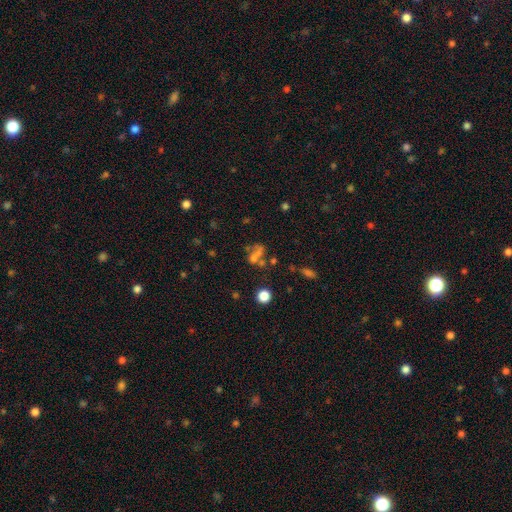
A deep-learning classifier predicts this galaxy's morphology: Smooth or featured?
  - smooth: 50% *
  - featured or disk: 26%
  - star or artifact: 24%
How rounded?
  - in between: 56% *
  - round: 38%
  - cigar-shaped: 6%
Merging?
  - merger: 39% *
  - none: 31%
  - major disturbance: 18%
  - minor disturbance: 13%